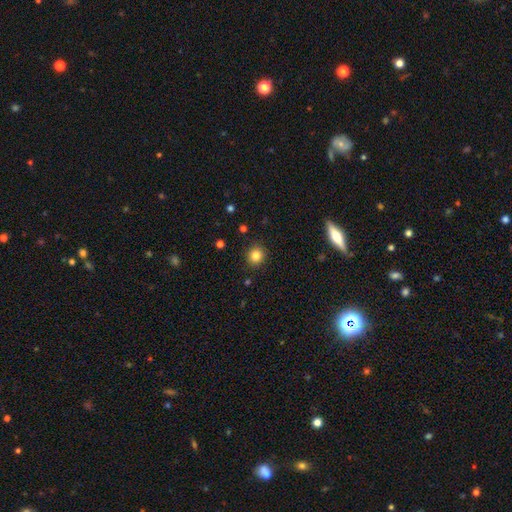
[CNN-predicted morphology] A smooth galaxy with no disk features (83%) that is round (89%).

Vote fractions:
- Smooth or featured? smooth: 83% / star or artifact: 12% / featured or disk: 5%
- How rounded? round: 89% / in between: 10% / cigar-shaped: 1%
- Merging? none: 90% / minor disturbance: 7% / major disturbance: 2% / merger: 1%